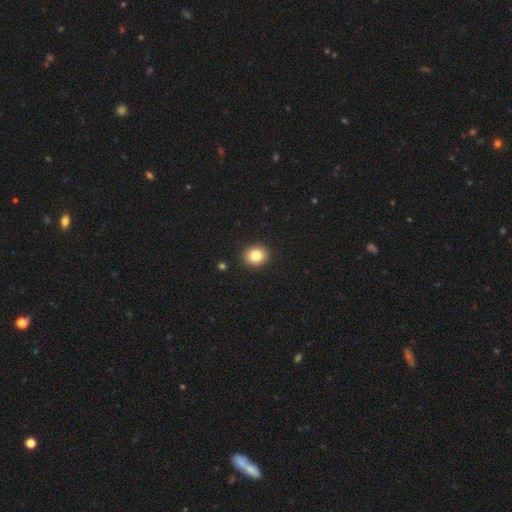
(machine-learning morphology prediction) Q: Smooth or featured?
A: smooth (84%); runner-up: star or artifact (10%)
Q: How rounded?
A: round (71%); runner-up: in between (28%)
Q: Merging?
A: none (92%); runner-up: minor disturbance (6%)